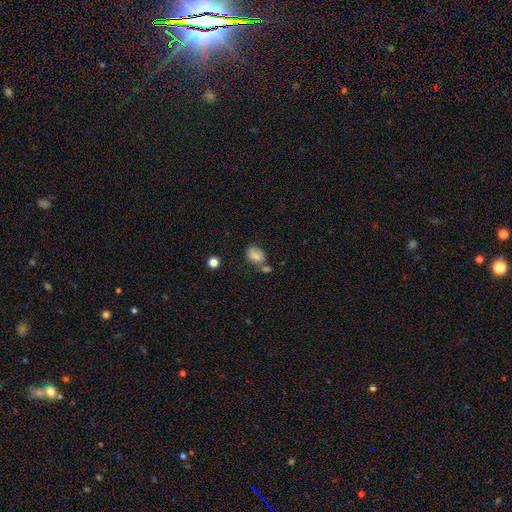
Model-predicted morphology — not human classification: A smooth galaxy with no disk features (75%) that is in between round and cigar-shaped (62%).

Vote fractions:
- Smooth or featured? smooth: 75% / featured or disk: 14% / star or artifact: 11%
- How rounded? in between: 62% / round: 37% / cigar-shaped: 1%
- Merging? none: 47% / minor disturbance: 22% / merger: 22% / major disturbance: 8%